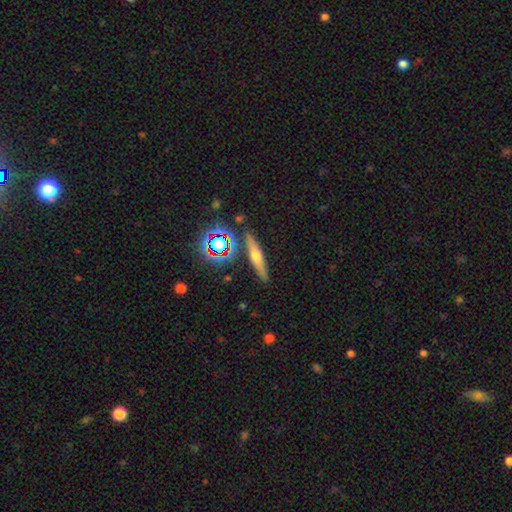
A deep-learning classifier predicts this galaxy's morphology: smooth-or-featured: featured or disk: 48% | smooth: 36% | star or artifact: 16%
  merging: none: 86% | minor disturbance: 8% | merger: 3% | major disturbance: 2%